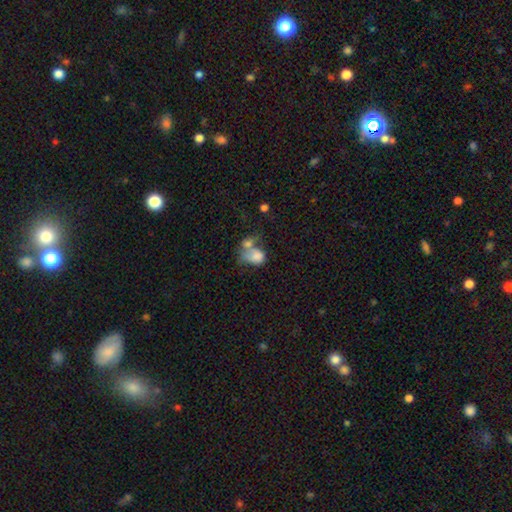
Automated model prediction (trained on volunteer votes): Morphology: type=smooth (70%); roundness=in between (64%); merging=merger (61%).